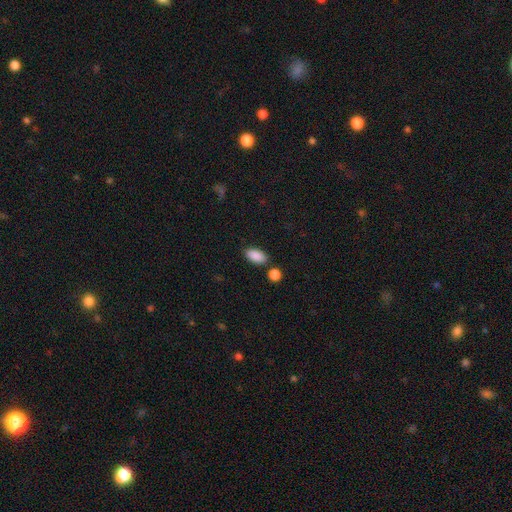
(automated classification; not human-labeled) Q: Smooth or featured?
A: smooth (89%); runner-up: star or artifact (7%)
Q: How rounded?
A: in between (92%); runner-up: round (4%)
Q: Merging?
A: none (79%); runner-up: minor disturbance (11%)